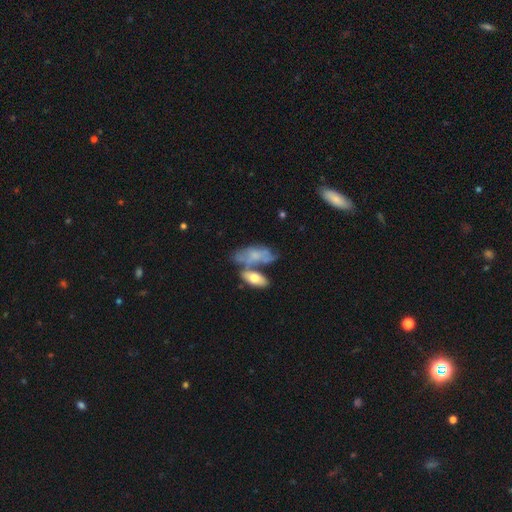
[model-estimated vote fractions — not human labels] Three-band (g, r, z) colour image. It shows a smooth galaxy with no disk features (49%). Merging: merger (37%).